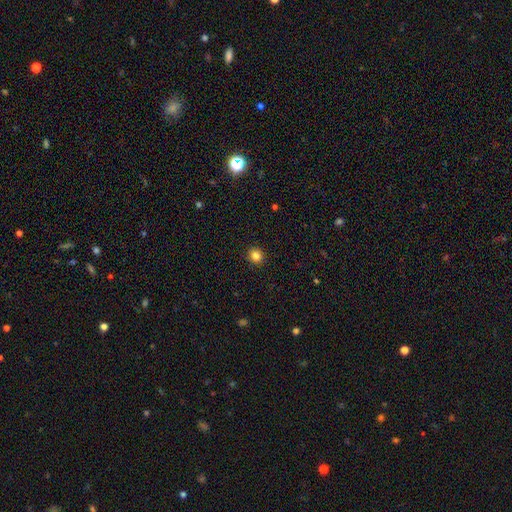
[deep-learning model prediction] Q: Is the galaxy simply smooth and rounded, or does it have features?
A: smooth — 84%.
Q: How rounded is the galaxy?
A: round — 90%.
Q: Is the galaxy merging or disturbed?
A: none — 93%.